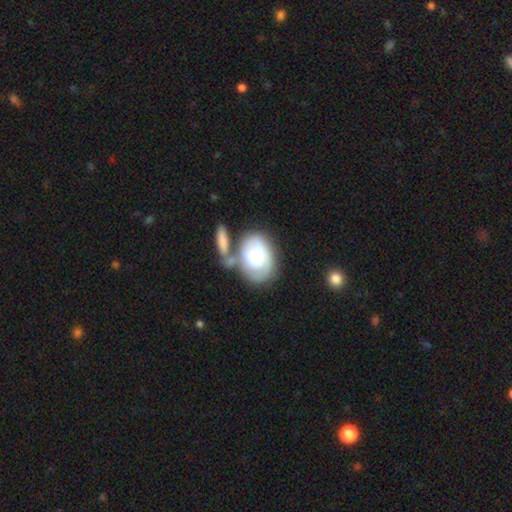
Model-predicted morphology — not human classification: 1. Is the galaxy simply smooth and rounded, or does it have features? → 49% featured or disk, 45% smooth, 6% star or artifact.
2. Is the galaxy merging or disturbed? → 36% none, 33% merger, 19% minor disturbance, 12% major disturbance.